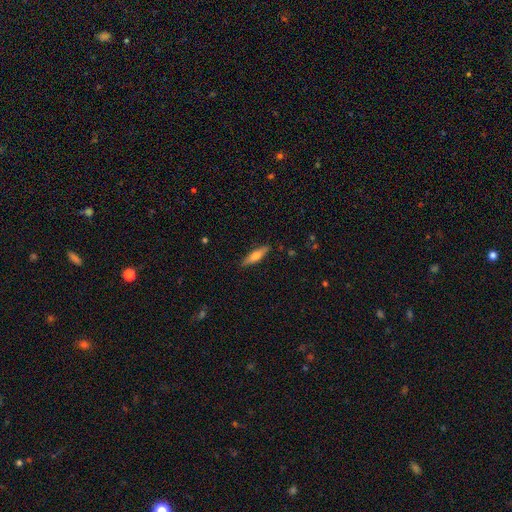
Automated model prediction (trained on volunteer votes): Morphology: type=smooth (54%); roundness=cigar-shaped (72%); merging=none (87%).